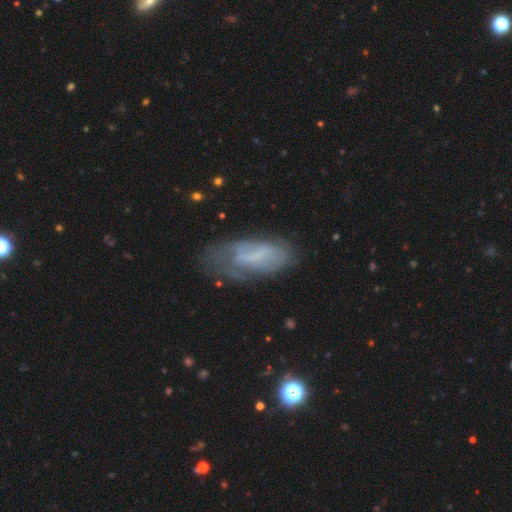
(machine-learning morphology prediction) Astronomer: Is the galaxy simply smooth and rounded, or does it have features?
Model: featured or disk — 48% (runner-up: smooth, 43%).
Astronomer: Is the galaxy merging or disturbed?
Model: none — 48% (runner-up: minor disturbance, 30%).